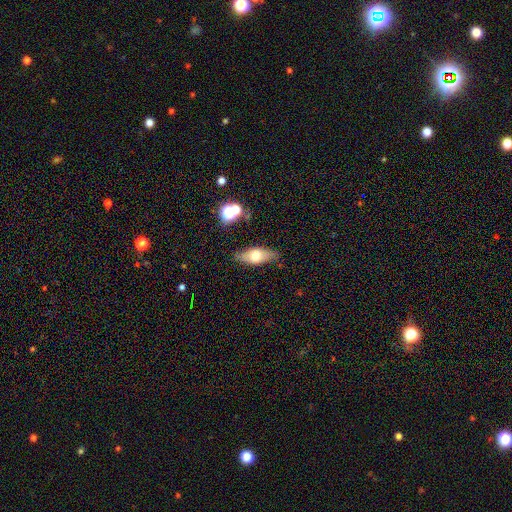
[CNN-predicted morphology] smooth 56%, featured or disk 35%, star or artifact 8%. Down the decision tree: how rounded — in between (76%); merging — none (79%).